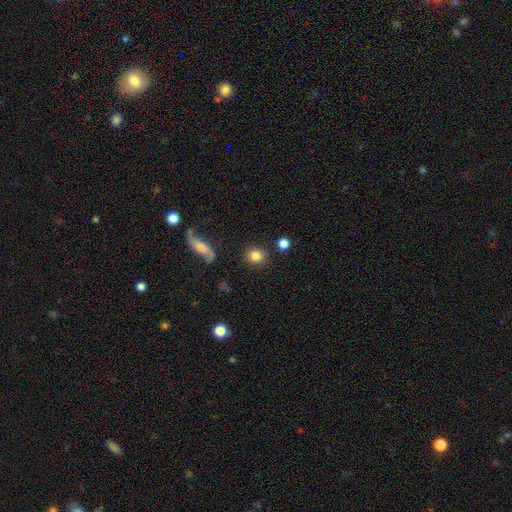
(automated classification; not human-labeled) smooth-or-featured: smooth: 83% | star or artifact: 10% | featured or disk: 7%
  how-rounded: round: 79% | in between: 19% | cigar-shaped: 2%
  merging: none: 86% | minor disturbance: 7% | merger: 3% | major disturbance: 3%